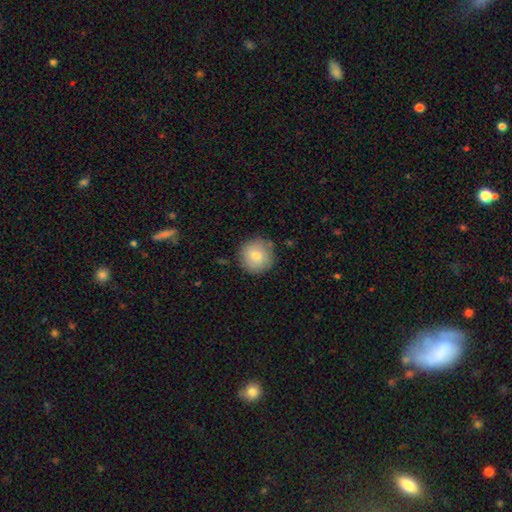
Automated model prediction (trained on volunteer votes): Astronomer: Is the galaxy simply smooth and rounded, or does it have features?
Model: smooth — 77%.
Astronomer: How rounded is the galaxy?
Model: round — 96%.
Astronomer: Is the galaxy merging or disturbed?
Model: none — 87%.